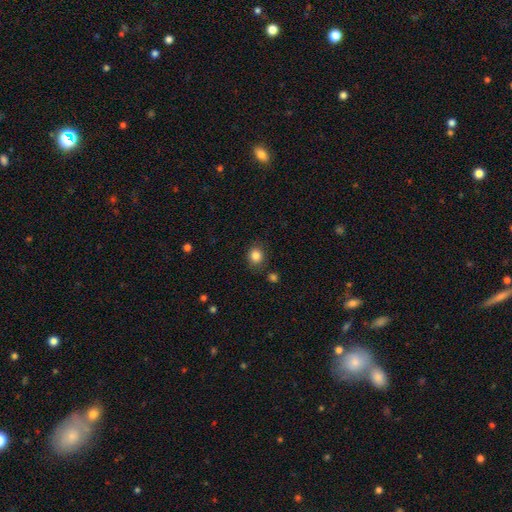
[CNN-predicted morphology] The model was most divided on "how rounded": round: 75%, in between: 24%, cigar-shaped: 1%. More confident: smooth or featured — smooth (85%); merging — none (82%).